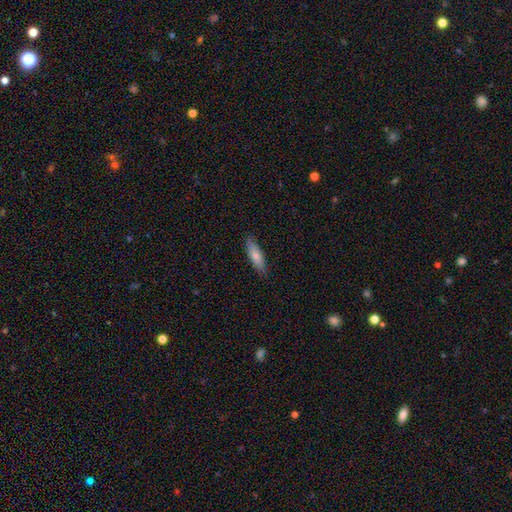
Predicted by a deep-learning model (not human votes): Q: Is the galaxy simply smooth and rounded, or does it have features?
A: smooth — 75%.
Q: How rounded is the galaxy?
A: cigar-shaped — 53%.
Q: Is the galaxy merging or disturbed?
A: none — 83%.